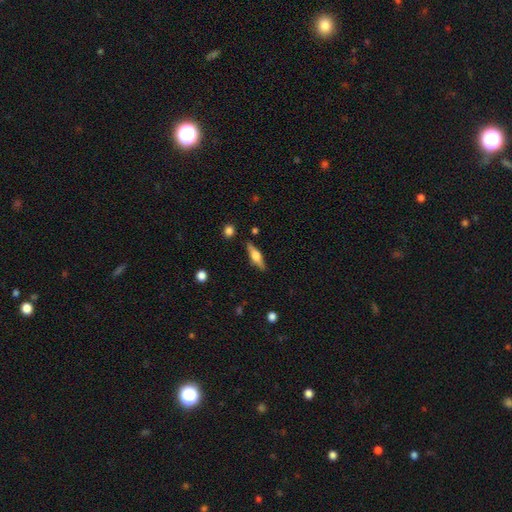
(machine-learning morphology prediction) Smooth or featured? Predicted: featured or disk (p=0.53). Edge-on disk? Predicted: yes (p=0.94). Merging? Predicted: none (p=0.86).